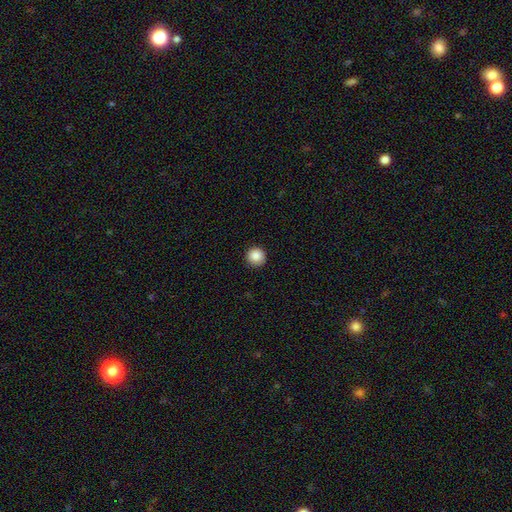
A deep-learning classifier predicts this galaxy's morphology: A smooth galaxy with no disk features (88%) that is round (96%).

Vote fractions:
- Smooth or featured? smooth: 88% / star or artifact: 9% / featured or disk: 3%
- How rounded? round: 96% / in between: 3% / cigar-shaped: 1%
- Merging? none: 92% / minor disturbance: 5% / major disturbance: 2% / merger: 1%